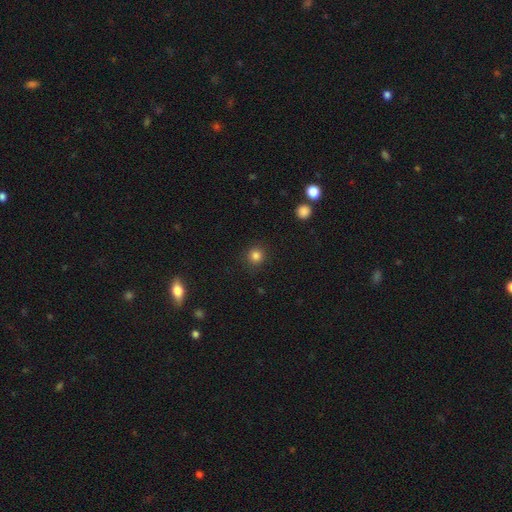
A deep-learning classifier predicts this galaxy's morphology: Smooth or featured?
  - smooth: 83% *
  - star or artifact: 13%
  - featured or disk: 4%
How rounded?
  - round: 93% *
  - in between: 6%
  - cigar-shaped: 1%
Merging?
  - none: 90% *
  - minor disturbance: 7%
  - major disturbance: 3%
  - merger: 1%